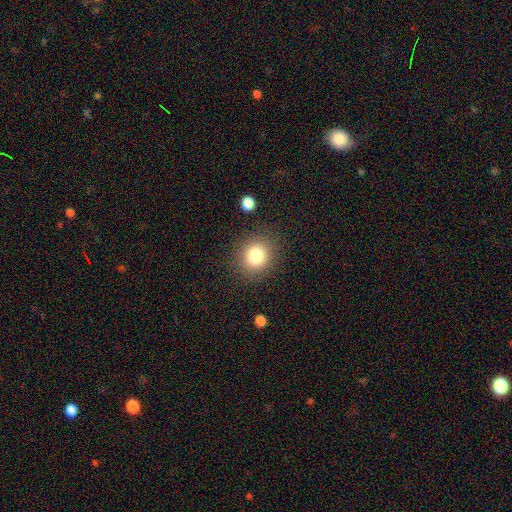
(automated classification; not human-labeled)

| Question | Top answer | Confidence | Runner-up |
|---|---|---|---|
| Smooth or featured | smooth | 81% | star or artifact (11%) |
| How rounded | round | 77% | in between (22%) |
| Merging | none | 86% | minor disturbance (8%) |